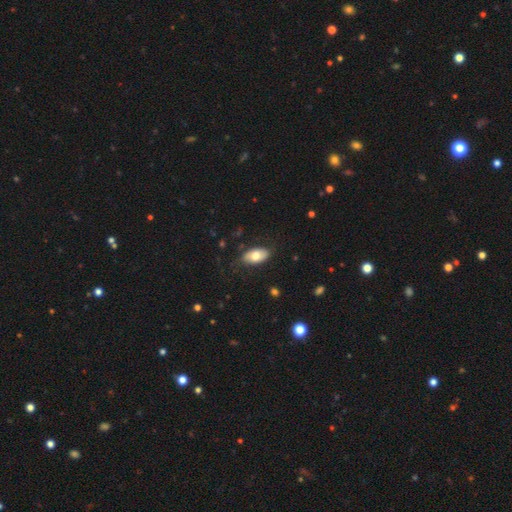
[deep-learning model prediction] A smooth galaxy with no disk features (70%) that is in between round and cigar-shaped (93%).

Vote fractions:
- Smooth or featured? smooth: 70% / featured or disk: 23% / star or artifact: 6%
- How rounded? in between: 93% / round: 4% / cigar-shaped: 3%
- Merging? none: 77% / minor disturbance: 17% / major disturbance: 5% / merger: 1%